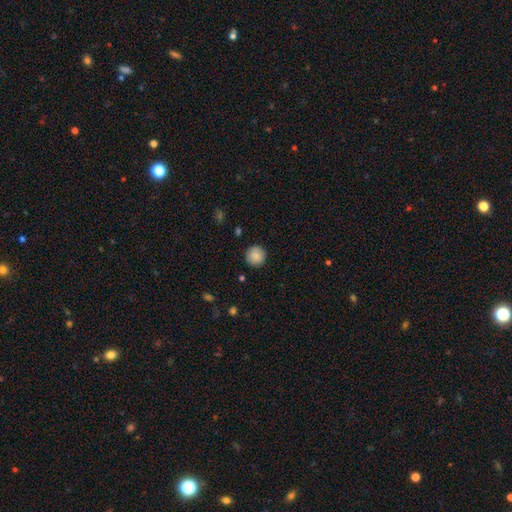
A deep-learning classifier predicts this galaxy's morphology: Smooth or featured? smooth (87%)
How rounded? round (95%)
Merging? none (90%)